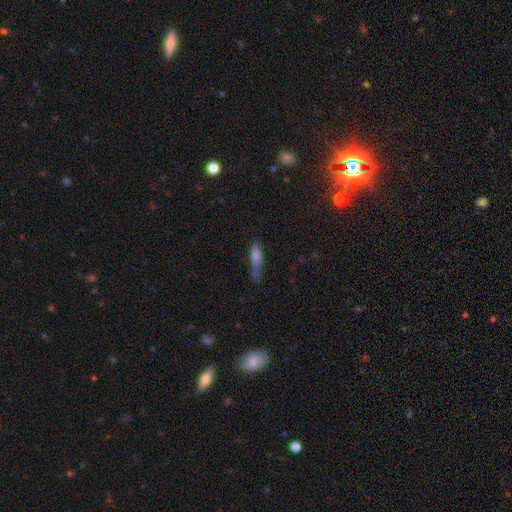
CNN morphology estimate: This appears to be a smooth galaxy with no disk features (63%) that is cigar-shaped (81%). Merging: none (55%).